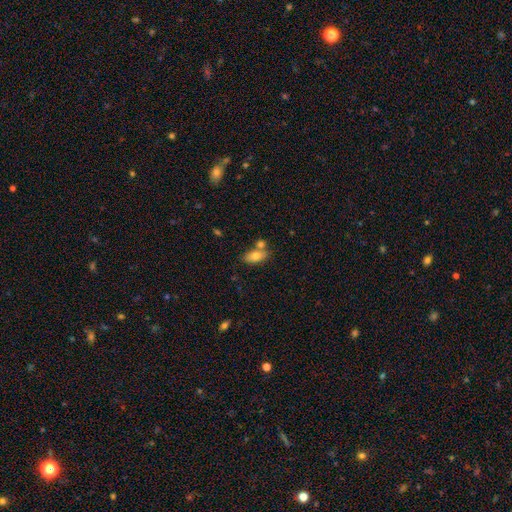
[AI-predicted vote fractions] Q: Smooth or featured?
A: smooth (76%); runner-up: featured or disk (16%)
Q: How rounded?
A: in between (88%); runner-up: round (7%)
Q: Merging?
A: none (54%); runner-up: merger (29%)